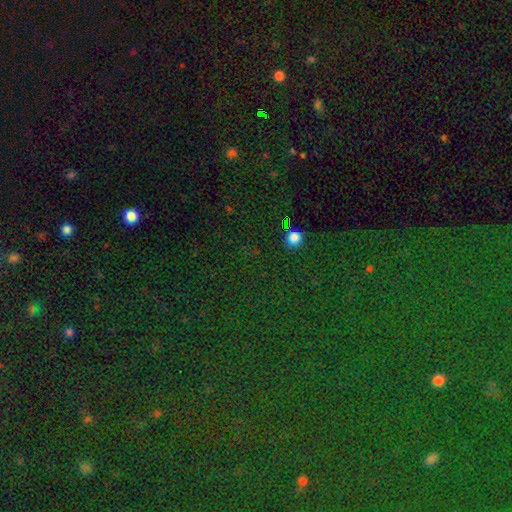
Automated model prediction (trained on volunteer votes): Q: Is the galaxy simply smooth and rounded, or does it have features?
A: star or artifact — 83%.